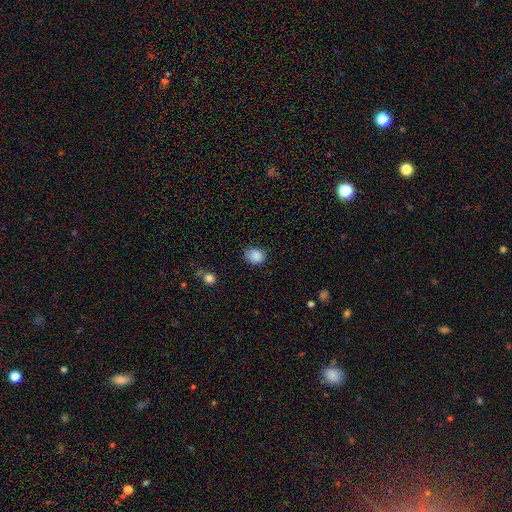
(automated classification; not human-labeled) Smooth or featured? smooth (87%)
How rounded? round (54%)
Merging? none (74%)